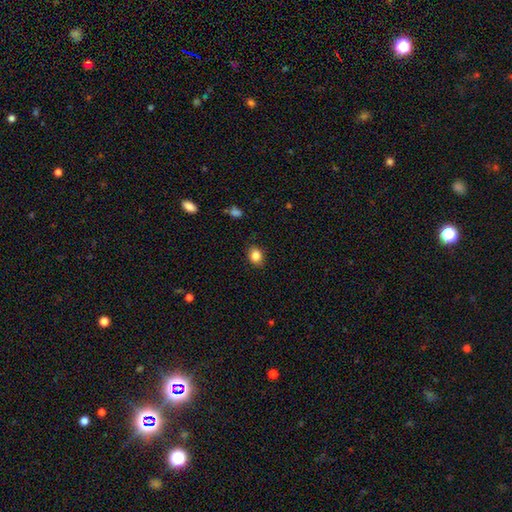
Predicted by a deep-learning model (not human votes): Smooth or featured: smooth — 84% (star or artifact — 10%)
How rounded: round — 53% (in between — 46%)
Merging: none — 86% (minor disturbance — 10%)